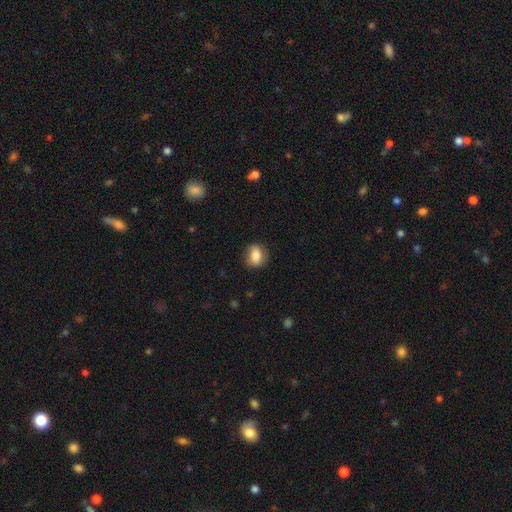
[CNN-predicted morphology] smooth 83%, featured or disk 9%, star or artifact 8%. Down the decision tree: how rounded — in between (54%); merging — none (78%).